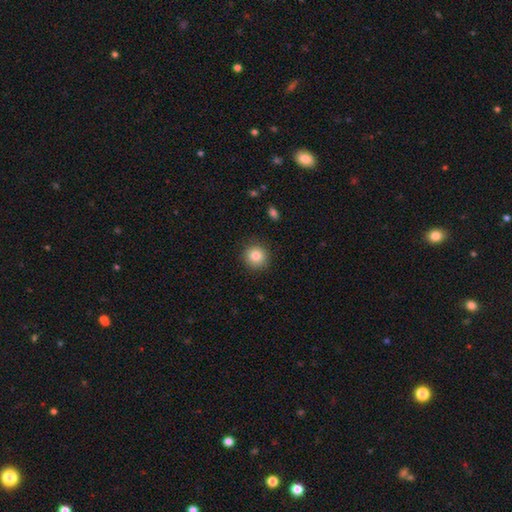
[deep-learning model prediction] A smooth galaxy with no disk features (84%) that is round (92%).

Vote fractions:
- Smooth or featured? smooth: 84% / star or artifact: 10% / featured or disk: 7%
- How rounded? round: 92% / in between: 7% / cigar-shaped: 1%
- Merging? none: 90% / minor disturbance: 7% / major disturbance: 2% / merger: 1%